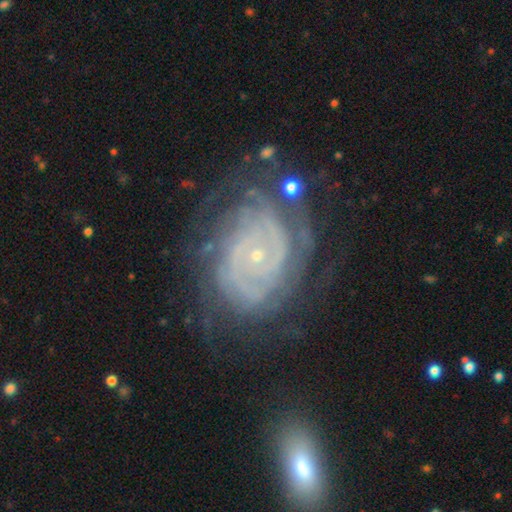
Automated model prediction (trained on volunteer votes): Smooth or featured? Predicted: featured or disk (p=0.87). Edge-on disk? Predicted: no (p=0.97). Bar? Predicted: no (p=0.74). Spiral arms? Predicted: yes (p=0.96). Spiral winding? Predicted: tight (p=0.79). Spiral arm count? Predicted: can't tell (p=0.29). Bulge size? Predicted: small (p=0.85). Merging? Predicted: none (p=0.67).